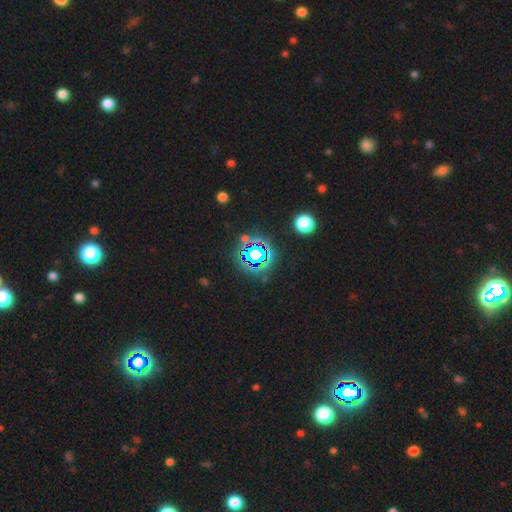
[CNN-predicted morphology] Smooth or featured?
  - star or artifact: 81% *
  - smooth: 12%
  - featured or disk: 7%